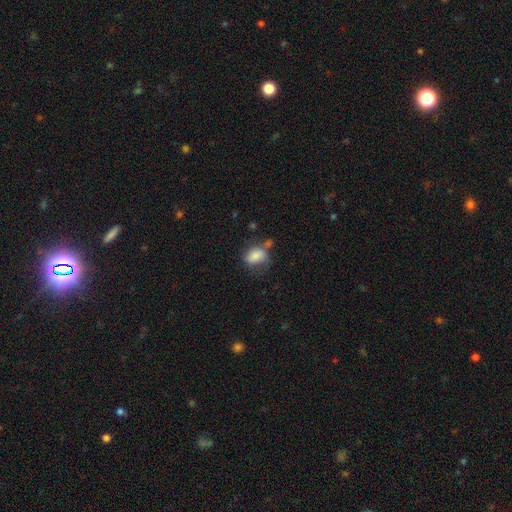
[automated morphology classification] smooth_or_featured: smooth (p=0.75) [alt: featured or disk p=0.16]
how_rounded: in between (p=0.73) [alt: round p=0.26]
merging: none (p=0.40) [alt: minor disturbance p=0.28]